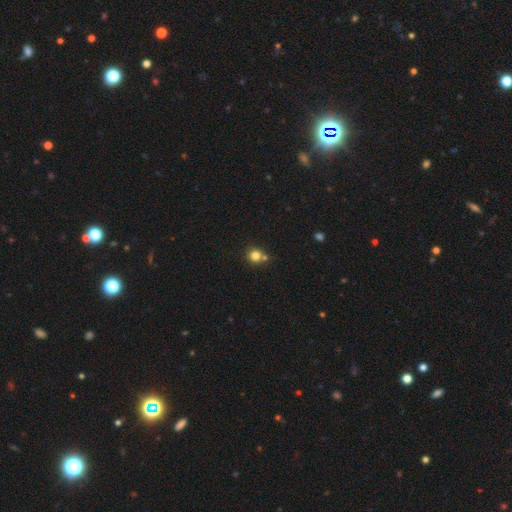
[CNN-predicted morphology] Smooth or featured? Predicted: smooth (p=0.80). How rounded? Predicted: round (p=0.90). Merging? Predicted: none (p=0.66).